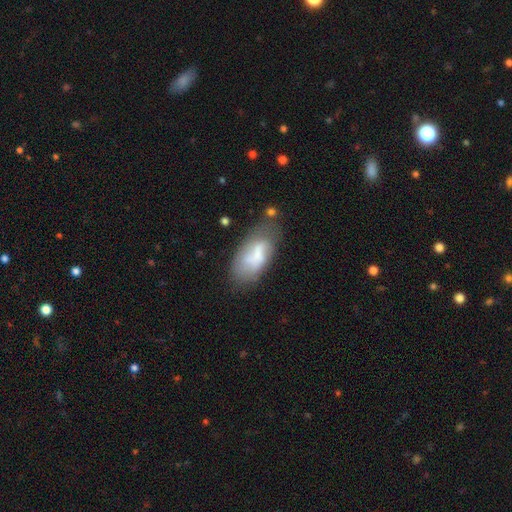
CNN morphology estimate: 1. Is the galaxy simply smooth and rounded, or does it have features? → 57% smooth, 35% featured or disk, 8% star or artifact.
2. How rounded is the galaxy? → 90% in between, 7% cigar-shaped, 3% round.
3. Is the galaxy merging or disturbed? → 46% none, 28% minor disturbance, 16% major disturbance, 10% merger.